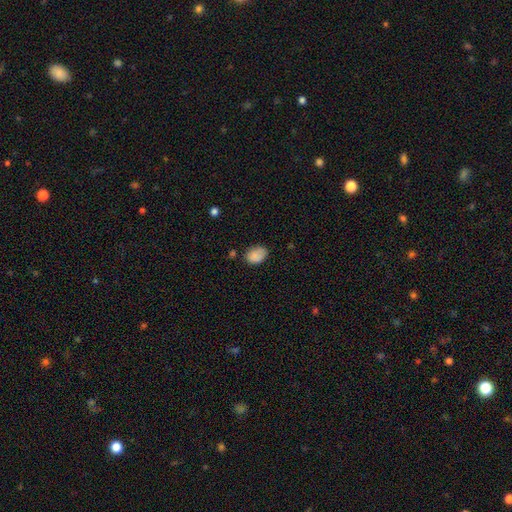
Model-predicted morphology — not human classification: A smooth galaxy with no disk features (86%) that is in between round and cigar-shaped (76%).

Vote fractions:
- Smooth or featured? smooth: 86% / star or artifact: 8% / featured or disk: 6%
- How rounded? in between: 76% / round: 23% / cigar-shaped: 1%
- Merging? none: 68% / minor disturbance: 24% / major disturbance: 5% / merger: 3%